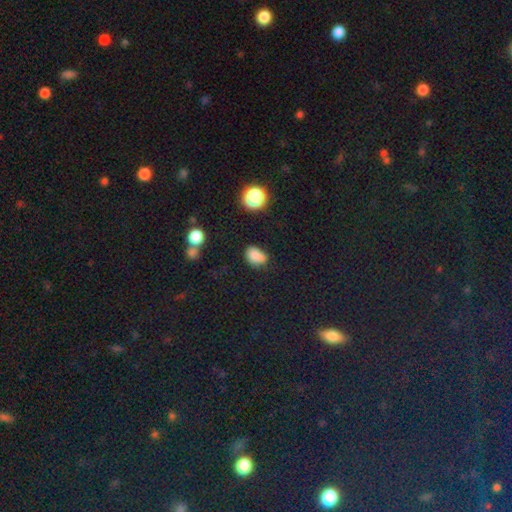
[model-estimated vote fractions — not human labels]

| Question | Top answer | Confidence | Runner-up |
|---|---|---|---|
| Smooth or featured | smooth | 80% | star or artifact (13%) |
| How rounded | in between | 71% | round (27%) |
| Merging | none | 53% | minor disturbance (27%) |